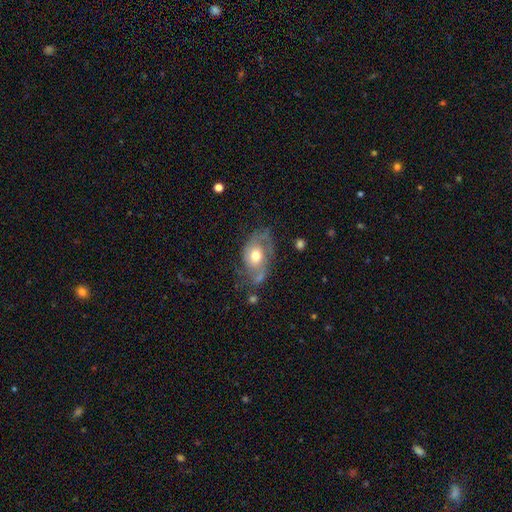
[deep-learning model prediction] Overall: featured or disk (64%; smooth 29%). Edge-on disk: no (95%). Bar: no (78%). Spiral arms: yes (76%). Bulge size: moderate (72%). Merging: none (47%; minor disturbance 29%).